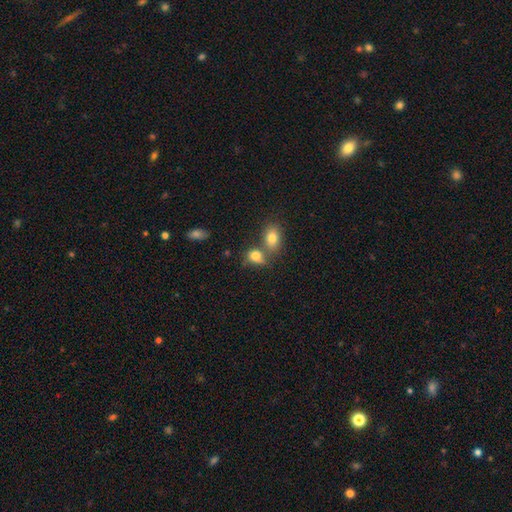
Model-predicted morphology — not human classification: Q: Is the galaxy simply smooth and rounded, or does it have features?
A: smooth — 80%.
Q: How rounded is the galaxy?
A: in between — 65%.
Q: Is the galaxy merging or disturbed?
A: merger — 45%.